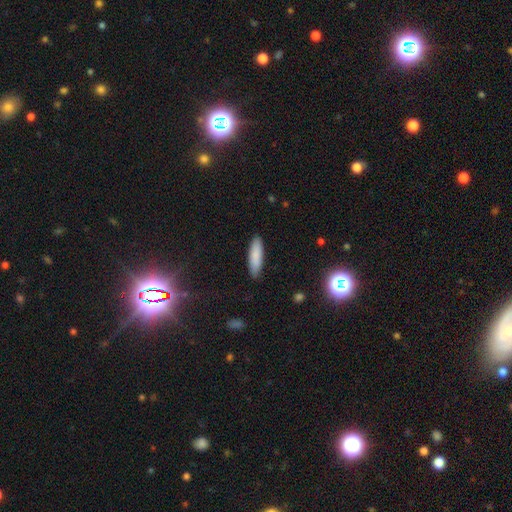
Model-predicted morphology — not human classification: smooth 86%, featured or disk 8%, star or artifact 6%. Down the decision tree: how rounded — cigar-shaped (60%); merging — none (89%).